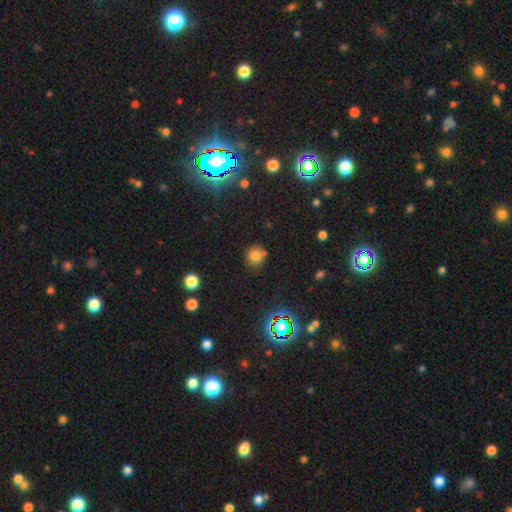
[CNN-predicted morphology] Smooth or featured? smooth (75%)
How rounded? round (88%)
Merging? none (76%)